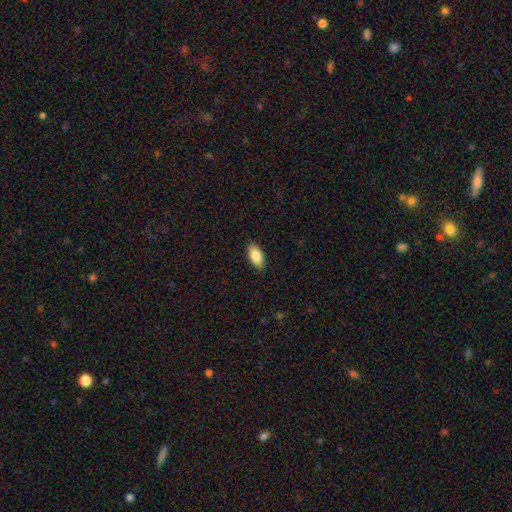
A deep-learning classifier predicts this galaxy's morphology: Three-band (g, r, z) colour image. It shows a smooth galaxy with no disk features (83%) that is in between round and cigar-shaped (91%). Merging: none (89%).